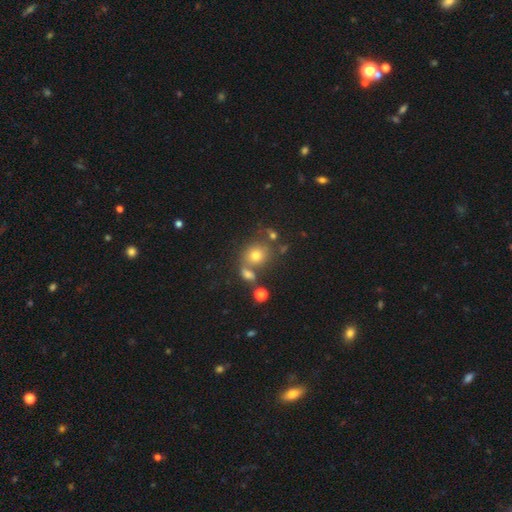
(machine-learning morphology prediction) Smooth or featured?
  - smooth: 71% *
  - star or artifact: 16%
  - featured or disk: 13%
How rounded?
  - round: 77% *
  - in between: 22%
  - cigar-shaped: 1%
Merging?
  - none: 56% *
  - merger: 26%
  - minor disturbance: 12%
  - major disturbance: 6%